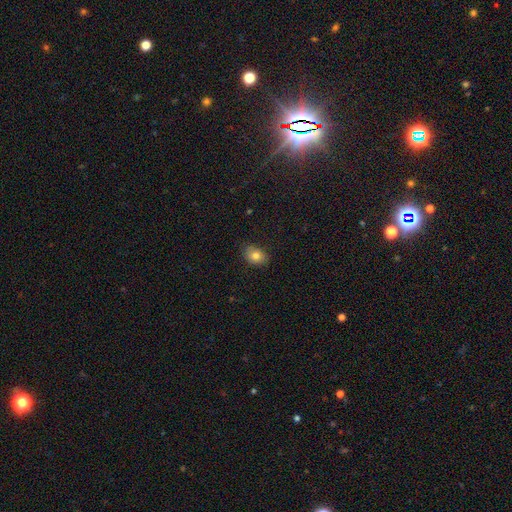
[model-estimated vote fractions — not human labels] Smooth or featured: smooth — 80% (featured or disk — 10%)
How rounded: in between — 68% (round — 31%)
Merging: none — 80% (minor disturbance — 16%)